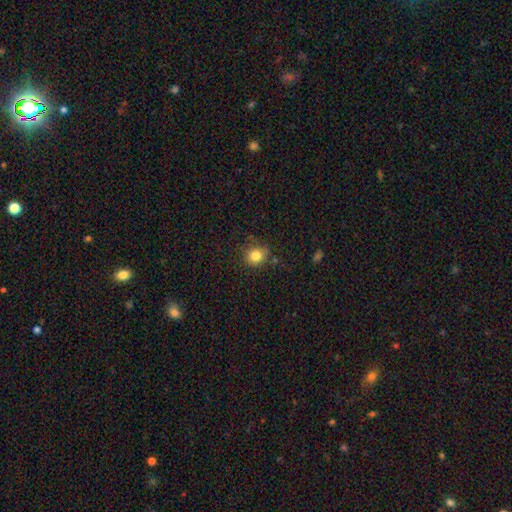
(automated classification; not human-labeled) smooth 82%, star or artifact 11%, featured or disk 7%. Down the decision tree: how rounded — round (80%); merging — none (75%).